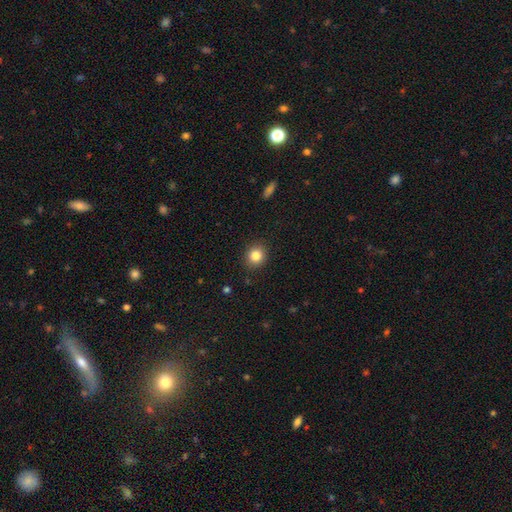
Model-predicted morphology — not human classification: Smooth or featured: smooth — 84% (star or artifact — 10%)
How rounded: round — 82% (in between — 17%)
Merging: none — 90% (minor disturbance — 7%)